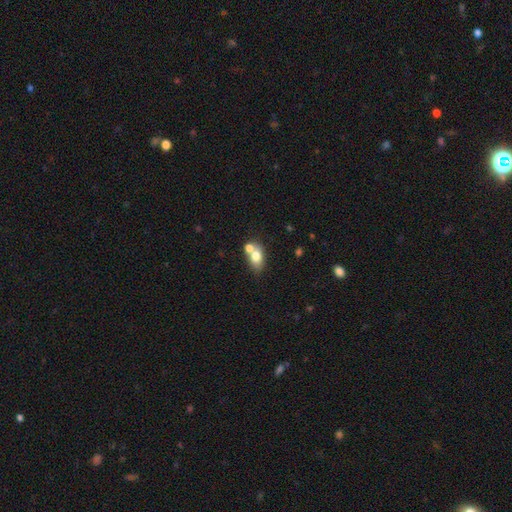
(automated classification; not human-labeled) smooth-or-featured: smooth: 73% | featured or disk: 17% | star or artifact: 9%
  how-rounded: in between: 78% | round: 19% | cigar-shaped: 2%
  merging: merger: 42% (tied) | none: 42% (tied) | minor disturbance: 11% | major disturbance: 4%